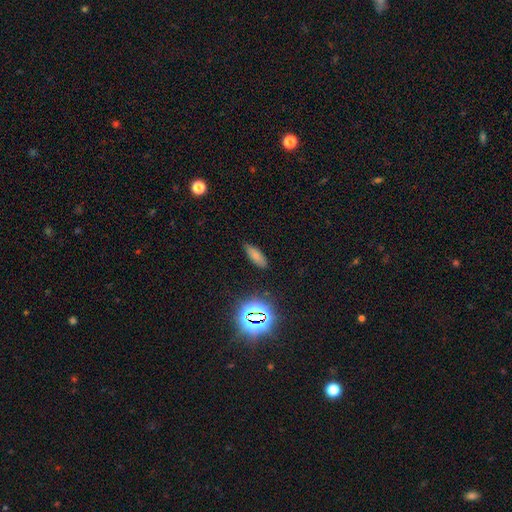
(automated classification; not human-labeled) The model was most divided on "how rounded": in between: 65%, cigar-shaped: 32%, round: 4%. More confident: merging — none (83%); smooth or featured — smooth (73%).